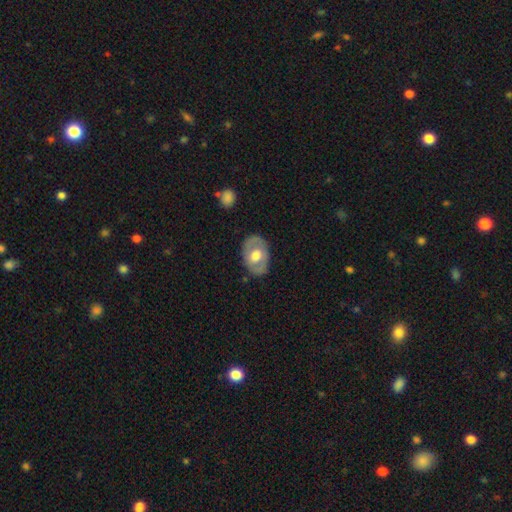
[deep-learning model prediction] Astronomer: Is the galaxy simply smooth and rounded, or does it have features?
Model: featured or disk — 50% (runner-up: smooth, 45%).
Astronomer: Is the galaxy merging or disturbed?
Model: none — 81%.